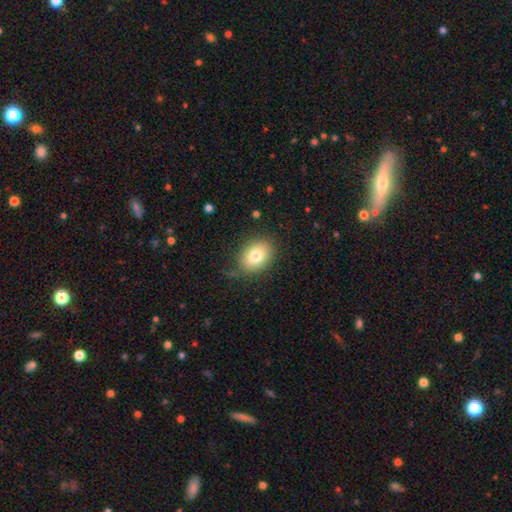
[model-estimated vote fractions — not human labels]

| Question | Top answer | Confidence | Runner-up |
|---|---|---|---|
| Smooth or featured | smooth | 80% | featured or disk (11%) |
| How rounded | in between | 64% | round (35%) |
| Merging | none | 80% | minor disturbance (15%) |